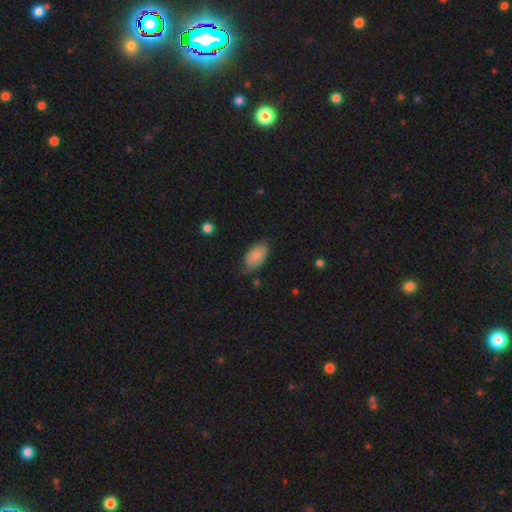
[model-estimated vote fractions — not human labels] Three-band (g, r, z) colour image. It shows a smooth galaxy with no disk features (80%) that is in between round and cigar-shaped (94%). Merging: none (56%).